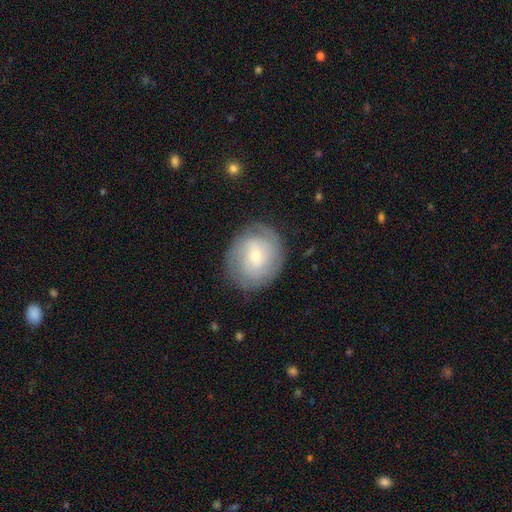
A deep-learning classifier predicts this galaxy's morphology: Smooth or featured? featured or disk (60%)
Edge-on disk? no (97%)
Bar? no (56%)
Spiral arms? yes (80%)
Bulge size? small (66%)
Merging? none (80%)